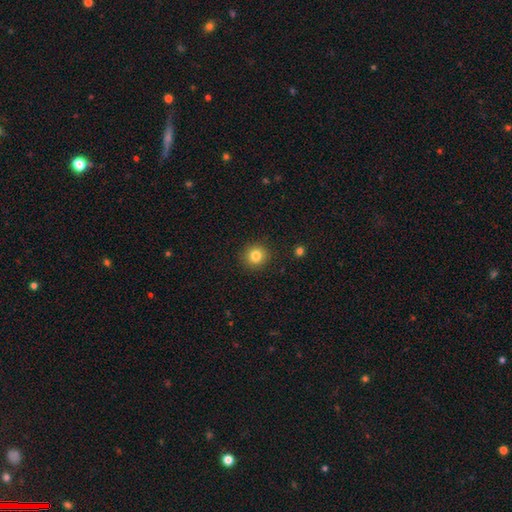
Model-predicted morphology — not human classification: This appears to be a smooth galaxy with no disk features (82%) that is round (92%). Merging: none (91%).